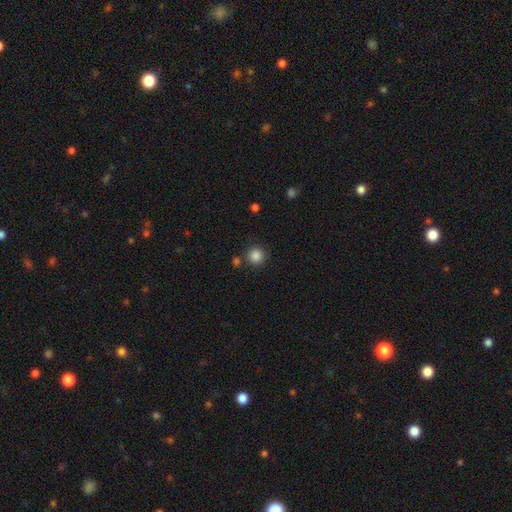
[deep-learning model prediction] Smooth or featured: smooth — 86% (star or artifact — 10%)
How rounded: round — 95% (in between — 4%)
Merging: none — 84% (minor disturbance — 7%)